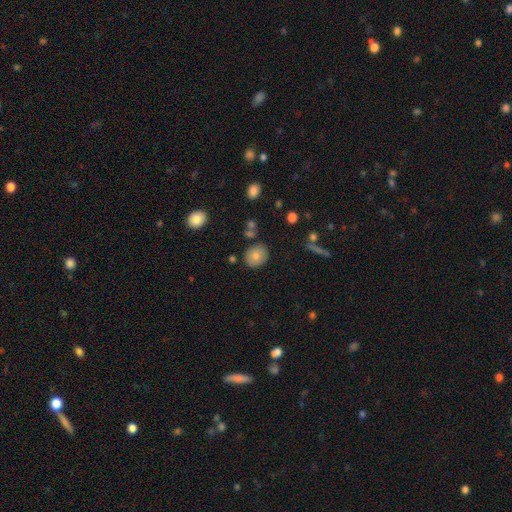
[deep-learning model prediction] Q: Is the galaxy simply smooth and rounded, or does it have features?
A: smooth — 78%.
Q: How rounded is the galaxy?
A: round — 65%.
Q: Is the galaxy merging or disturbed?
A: none — 81%.